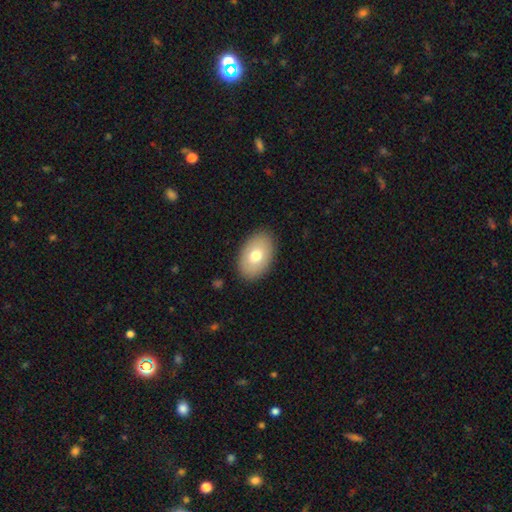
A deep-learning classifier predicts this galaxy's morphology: This is likely a smooth galaxy (72%). How rounded: clearly in between (90%). Merging: clearly none (88%).